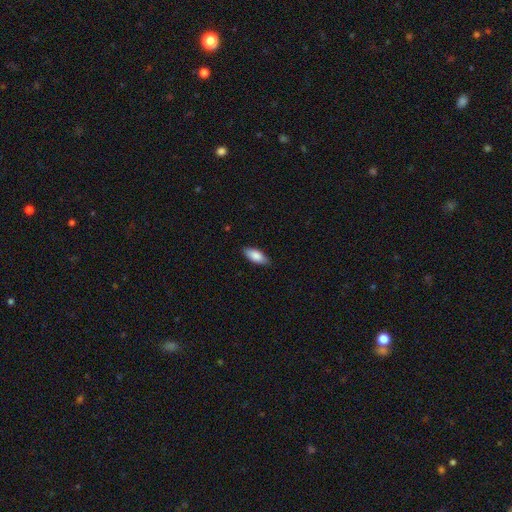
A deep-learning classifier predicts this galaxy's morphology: The model was most divided on "how rounded": in between: 84%, cigar-shaped: 14%, round: 2%. More confident: smooth or featured — smooth (86%); merging — none (85%).